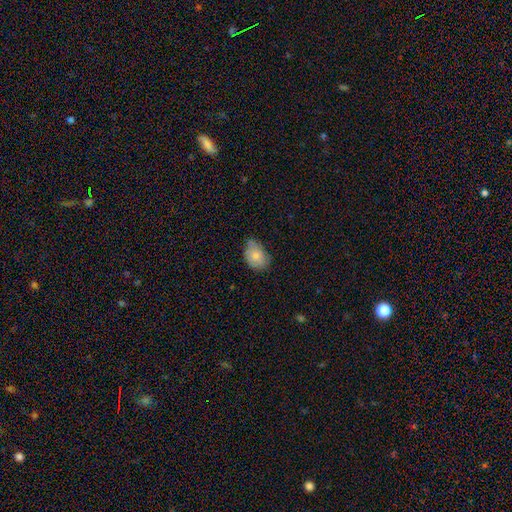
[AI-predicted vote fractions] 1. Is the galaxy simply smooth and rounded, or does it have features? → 77% smooth, 15% featured or disk, 8% star or artifact.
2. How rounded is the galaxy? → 74% in between, 25% round, 1% cigar-shaped.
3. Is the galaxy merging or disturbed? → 51% none, 39% minor disturbance, 8% major disturbance, 2% merger.